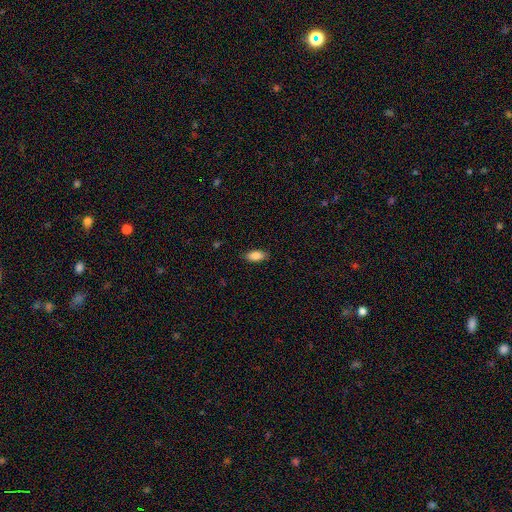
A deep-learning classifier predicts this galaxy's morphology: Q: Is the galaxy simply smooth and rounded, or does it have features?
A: smooth — 85%.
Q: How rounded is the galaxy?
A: in between — 88%.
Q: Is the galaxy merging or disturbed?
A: none — 86%.